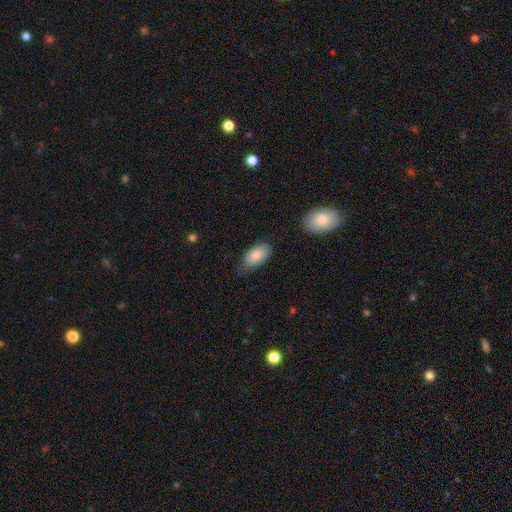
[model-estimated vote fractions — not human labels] This is clearly a smooth galaxy (83%). How rounded: clearly in between (93%). Merging: likely none (60%).